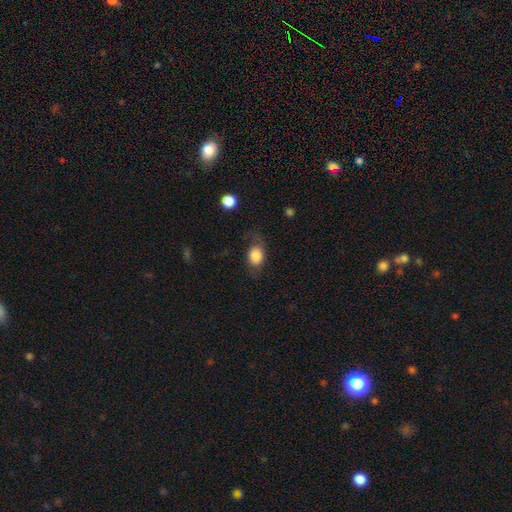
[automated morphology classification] Smooth or featured? smooth (81%)
How rounded? in between (64%)
Merging? none (63%)